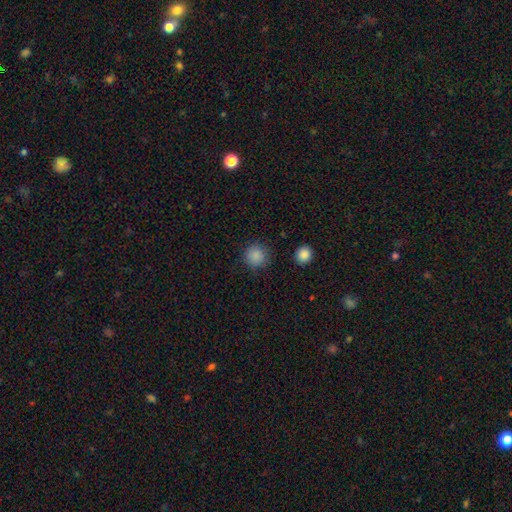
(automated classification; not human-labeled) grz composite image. It shows a smooth galaxy with no disk features (87%) that is round (94%). Merging: none (88%).